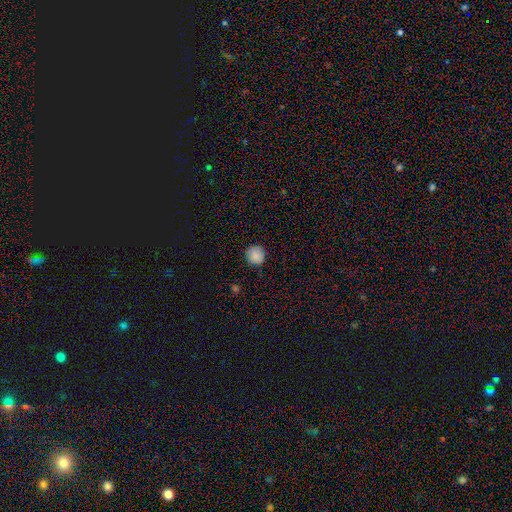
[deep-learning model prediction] A smooth galaxy with no disk features (87%) that is round (94%).

Vote fractions:
- Smooth or featured? smooth: 87% / star or artifact: 9% / featured or disk: 4%
- How rounded? round: 94% / in between: 5% / cigar-shaped: 1%
- Merging? none: 89% / minor disturbance: 8% / major disturbance: 2% / merger: 1%